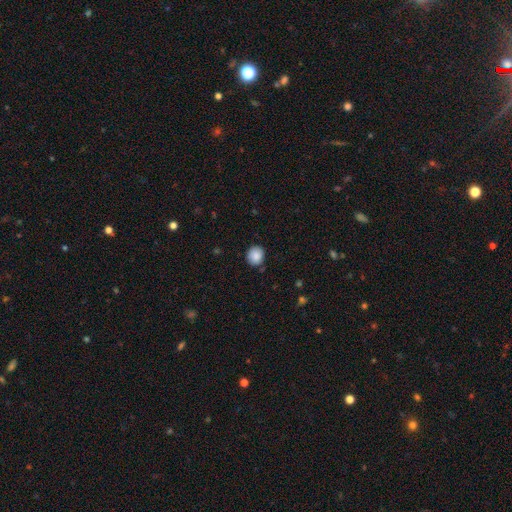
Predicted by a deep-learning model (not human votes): This appears to be a smooth galaxy with no disk features (88%) that is round (80%). Merging: none (84%).